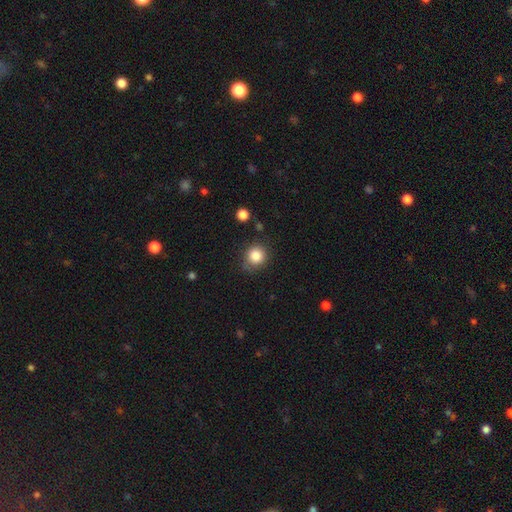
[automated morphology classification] type=smooth (84%); roundness=round (87%); merging=none (76%).